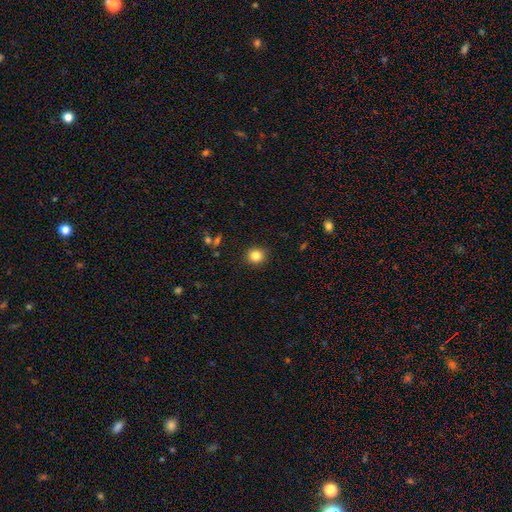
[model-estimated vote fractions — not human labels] Q: Smooth or featured?
A: smooth (84%); runner-up: star or artifact (11%)
Q: How rounded?
A: round (85%); runner-up: in between (14%)
Q: Merging?
A: none (91%); runner-up: minor disturbance (6%)